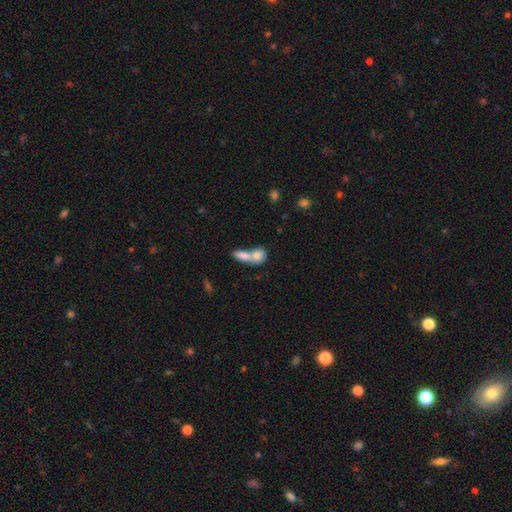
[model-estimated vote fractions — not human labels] Smooth or featured? smooth (80%)
How rounded? in between (62%)
Merging? merger (70%)